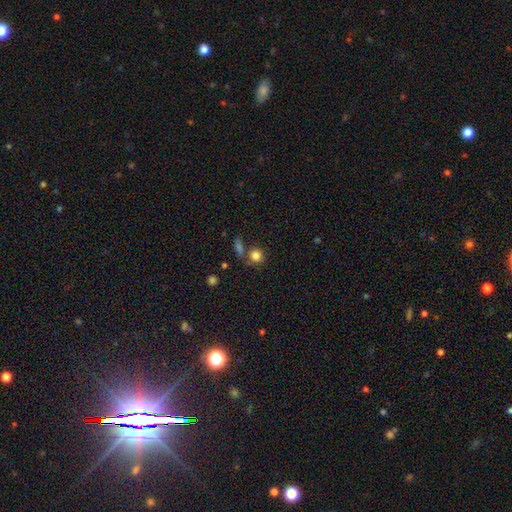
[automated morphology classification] This is clearly a smooth galaxy (82%). How rounded: clearly round (86%). Merging: likely none (64%).